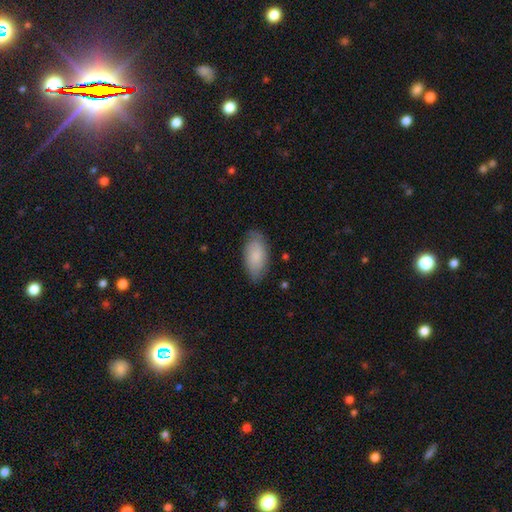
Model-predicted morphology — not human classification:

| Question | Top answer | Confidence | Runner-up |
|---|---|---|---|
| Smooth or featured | smooth | 72% | featured or disk (21%) |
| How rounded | in between | 92% | cigar-shaped (5%) |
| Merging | none | 76% | minor disturbance (19%) |